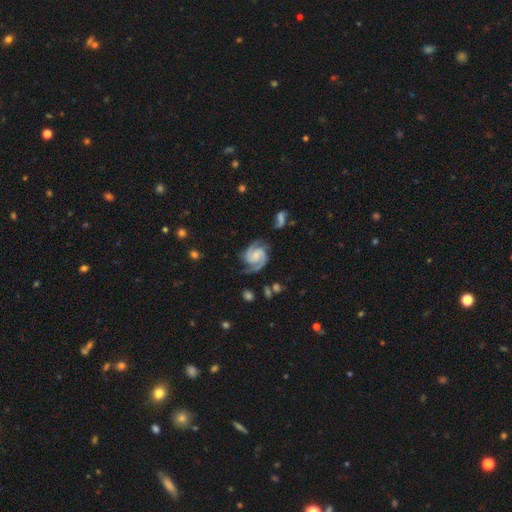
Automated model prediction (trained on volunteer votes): Smooth or featured? featured or disk (92%)
Edge-on disk? no (98%)
Bar? no (49%)
Spiral arms? yes (98%)
Spiral winding? medium (53%)
Spiral arm count? 2 (88%)
Bulge size? small (40%)
Merging? none (74%)